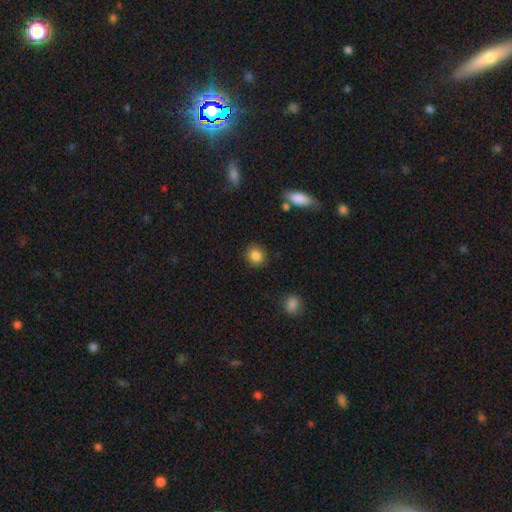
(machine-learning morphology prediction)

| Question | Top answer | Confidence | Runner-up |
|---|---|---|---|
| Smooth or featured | smooth | 85% | star or artifact (10%) |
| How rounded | round | 85% | in between (14%) |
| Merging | none | 89% | minor disturbance (8%) |